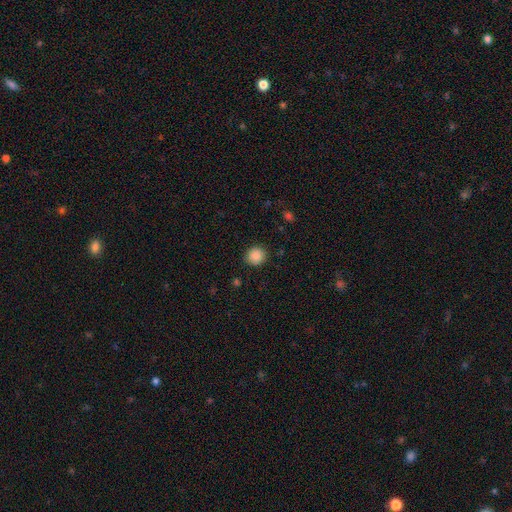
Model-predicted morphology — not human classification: smooth 88%, star or artifact 9%, featured or disk 3%. Down the decision tree: how rounded — round (87%); merging — none (88%).